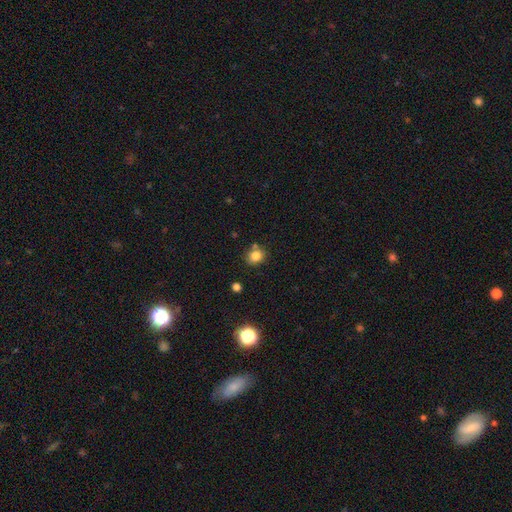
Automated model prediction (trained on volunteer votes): A smooth galaxy with no disk features (81%) that is round (74%). Merging: none (74%).